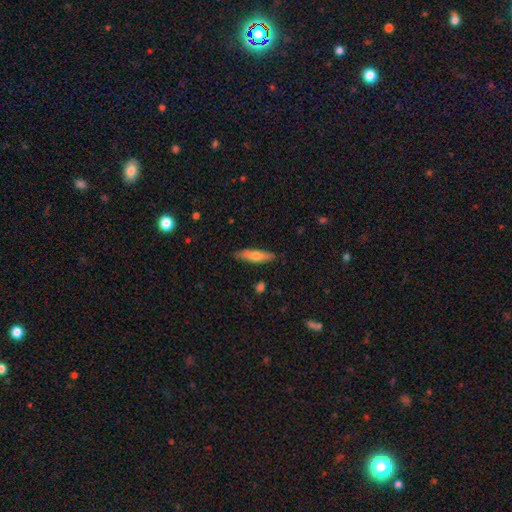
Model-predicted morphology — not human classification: This is likely a smooth galaxy (61%). How rounded: likely cigar-shaped (73%). Merging: clearly none (85%).